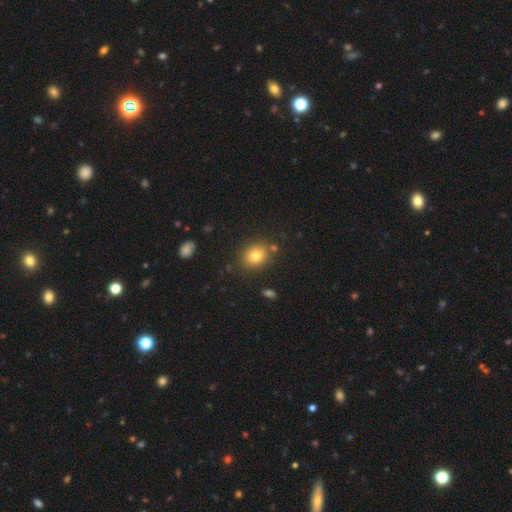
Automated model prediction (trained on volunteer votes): Morphology: type=smooth (79%); roundness=round (59%); merging=none (82%).